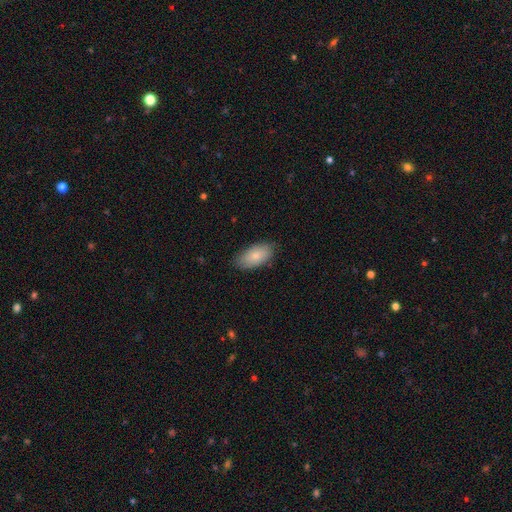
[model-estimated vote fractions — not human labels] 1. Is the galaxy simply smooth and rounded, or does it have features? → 81% smooth, 13% featured or disk, 6% star or artifact.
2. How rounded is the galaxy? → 93% in between, 3% cigar-shaped, 3% round.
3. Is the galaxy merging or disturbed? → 81% none, 15% minor disturbance, 3% major disturbance, 1% merger.